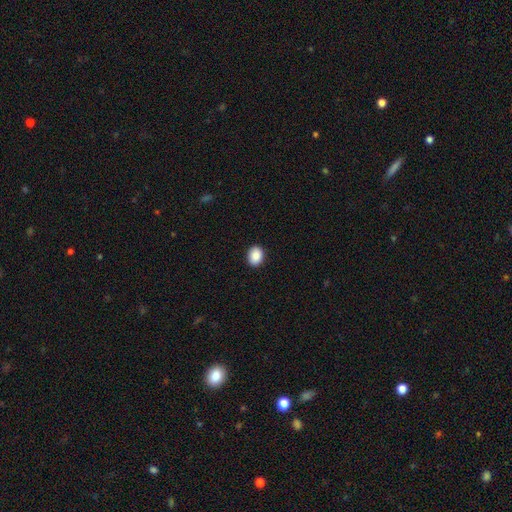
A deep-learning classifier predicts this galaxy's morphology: This is clearly a smooth galaxy (90%). How rounded: likely in between (62%). Merging: clearly none (90%).